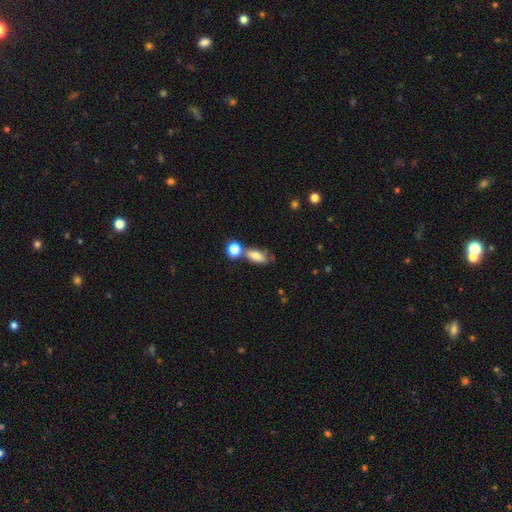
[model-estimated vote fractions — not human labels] smooth_or_featured: smooth (p=0.77) [alt: featured or disk p=0.13]
how_rounded: in between (p=0.79) [alt: cigar-shaped p=0.13]
merging: none (p=0.46) [alt: merger p=0.29]